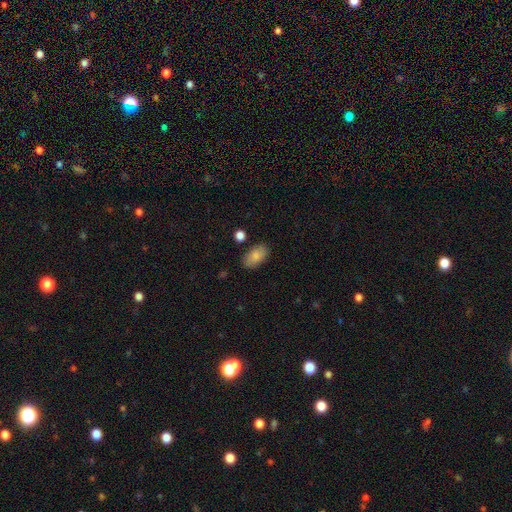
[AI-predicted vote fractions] Smooth or featured?
  - smooth: 83% *
  - featured or disk: 10%
  - star or artifact: 7%
How rounded?
  - in between: 93% *
  - round: 5%
  - cigar-shaped: 2%
Merging?
  - none: 82% *
  - minor disturbance: 13%
  - major disturbance: 3%
  - merger: 3%